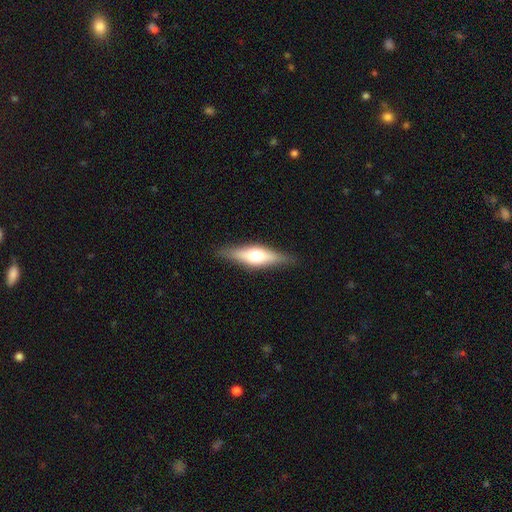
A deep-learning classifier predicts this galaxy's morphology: A featured or disk galaxy (55%) viewed edge-on (92%) with a rounded central bulge (91%). Merging: none (86%).